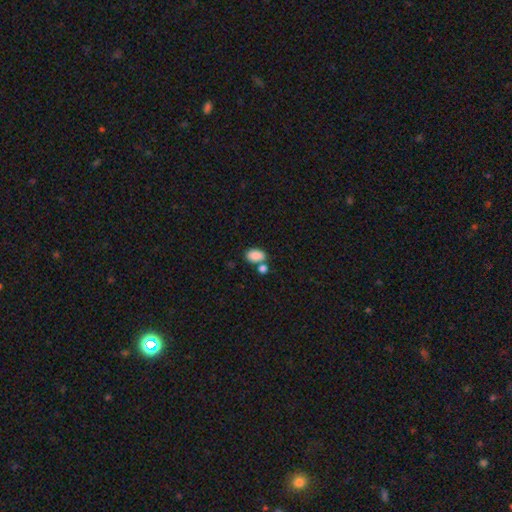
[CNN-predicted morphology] This appears to be a smooth galaxy with no disk features (87%) that is in between round and cigar-shaped (88%). Merging: none (59%).